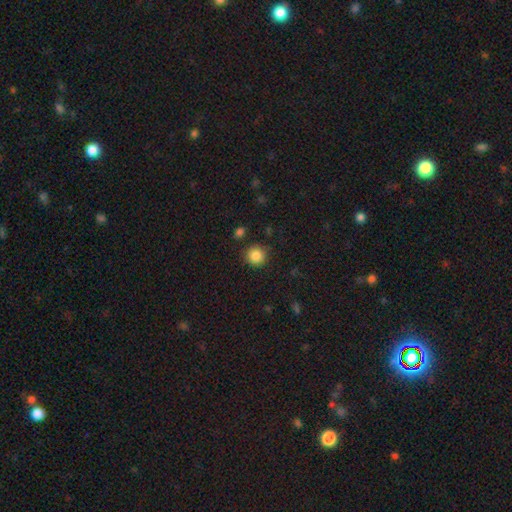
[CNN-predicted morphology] A smooth galaxy with no disk features (86%) that is round (92%). Merging: none (87%).